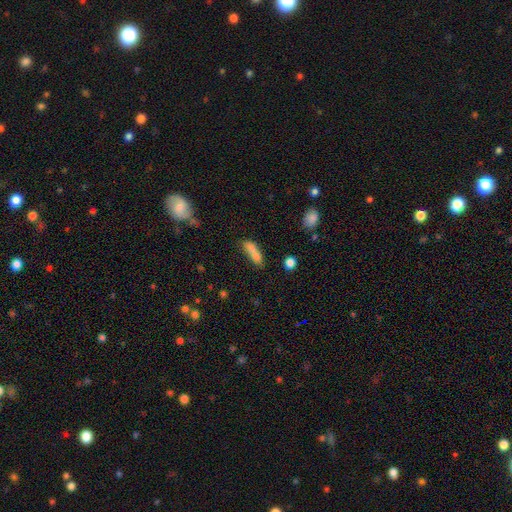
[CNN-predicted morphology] smooth-or-featured: smooth: 73% | featured or disk: 15% | star or artifact: 11%
  how-rounded: in between: 49% | cigar-shaped: 44% | round: 7%
  merging: merger: 44% | none: 33% | minor disturbance: 15% | major disturbance: 8%